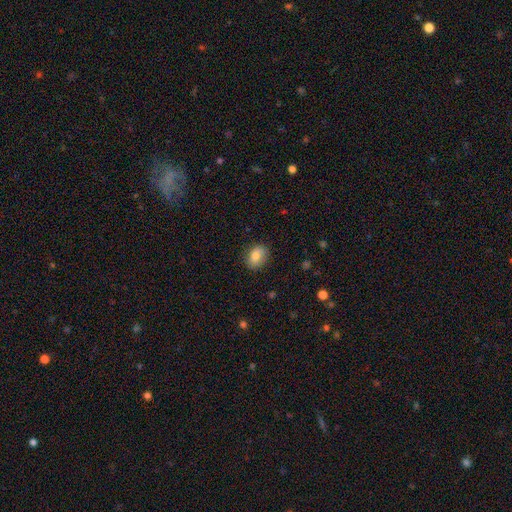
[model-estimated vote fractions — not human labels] This is clearly a smooth galaxy (81%). How rounded: likely in between (65%). Merging: clearly none (82%).